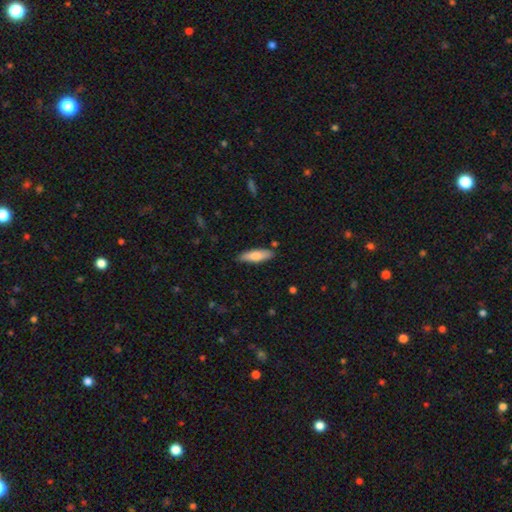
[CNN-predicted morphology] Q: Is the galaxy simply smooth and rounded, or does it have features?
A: smooth — 73%.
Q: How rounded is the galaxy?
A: cigar-shaped — 51%.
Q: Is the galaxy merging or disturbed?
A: none — 84%.